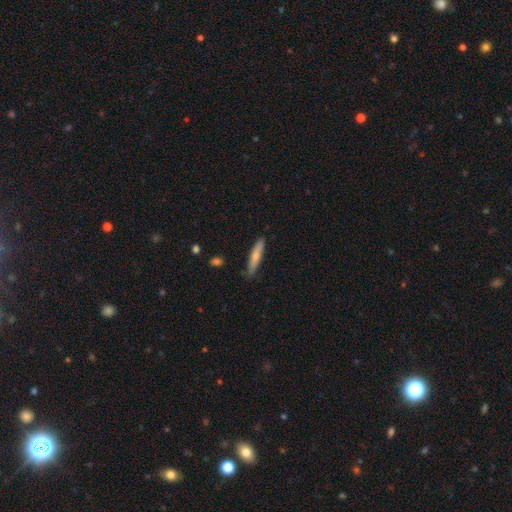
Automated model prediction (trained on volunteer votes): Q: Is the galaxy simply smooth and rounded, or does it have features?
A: smooth — 70%.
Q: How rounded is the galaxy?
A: cigar-shaped — 88%.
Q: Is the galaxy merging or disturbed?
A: none — 85%.